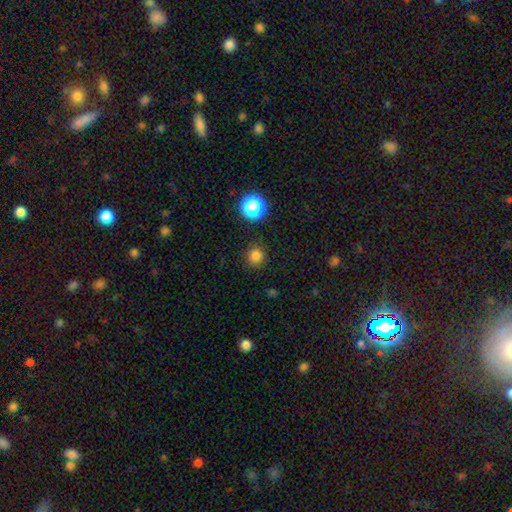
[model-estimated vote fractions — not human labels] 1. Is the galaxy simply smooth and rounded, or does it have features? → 80% smooth, 16% star or artifact, 4% featured or disk.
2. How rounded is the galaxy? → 94% round, 6% in between, 1% cigar-shaped.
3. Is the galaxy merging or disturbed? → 90% none, 6% minor disturbance, 3% major disturbance, 2% merger.